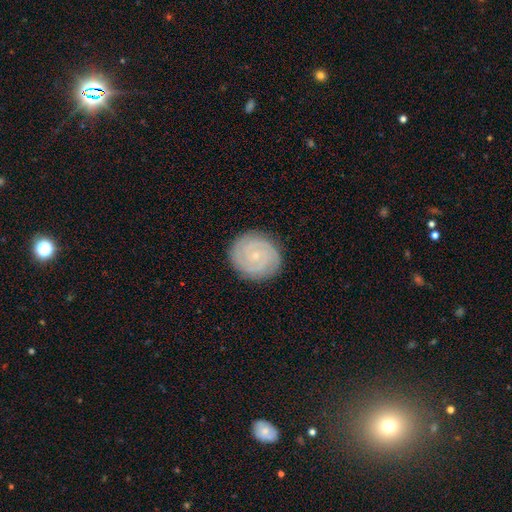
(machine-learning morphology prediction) Q: Smooth or featured?
A: featured or disk (87%); runner-up: smooth (8%)
Q: Edge-on disk?
A: no (98%); runner-up: yes (2%)
Q: Bar?
A: no (71%); runner-up: weak (23%)
Q: Spiral arms?
A: yes (98%); runner-up: no (2%)
Q: Spiral winding?
A: tight (84%); runner-up: medium (14%)
Q: Spiral arm count?
A: 2 (58%); runner-up: 3 (20%)
Q: Bulge size?
A: small (84%); runner-up: moderate (11%)
Q: Merging?
A: none (88%); runner-up: minor disturbance (9%)